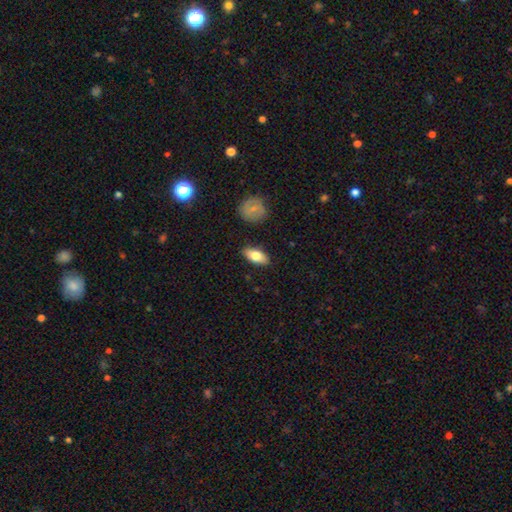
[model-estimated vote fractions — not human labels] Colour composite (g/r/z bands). It shows a smooth galaxy with no disk features (74%) that is in between round and cigar-shaped (87%). Merging: none (86%).